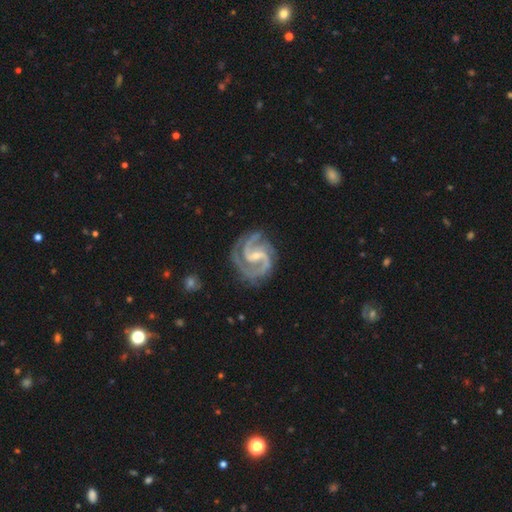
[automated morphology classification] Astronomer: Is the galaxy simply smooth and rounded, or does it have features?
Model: featured or disk — 94%.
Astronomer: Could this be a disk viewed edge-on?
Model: no — 98%.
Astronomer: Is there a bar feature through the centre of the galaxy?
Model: weak — 48% (runner-up: strong, 28%).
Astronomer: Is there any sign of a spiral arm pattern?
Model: yes — 99%.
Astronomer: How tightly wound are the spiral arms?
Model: medium — 55% (runner-up: tight, 38%).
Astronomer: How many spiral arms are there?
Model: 2 — 57%.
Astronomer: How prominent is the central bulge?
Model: small — 68%.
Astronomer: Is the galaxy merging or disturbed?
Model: none — 76%.